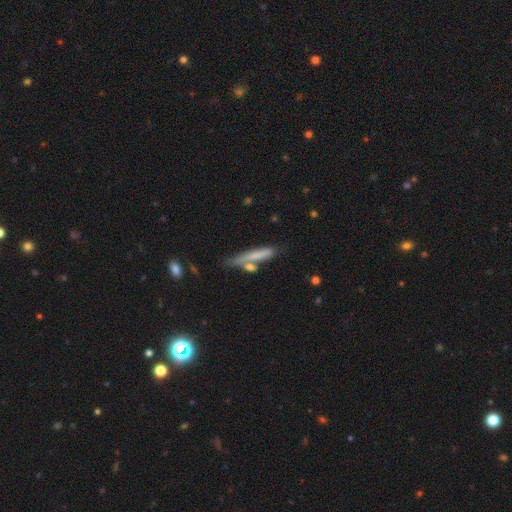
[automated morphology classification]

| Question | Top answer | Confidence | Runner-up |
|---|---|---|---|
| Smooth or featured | smooth | 66% | featured or disk (27%) |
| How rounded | cigar-shaped | 89% | in between (9%) |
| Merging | none | 63% | minor disturbance (17%) |